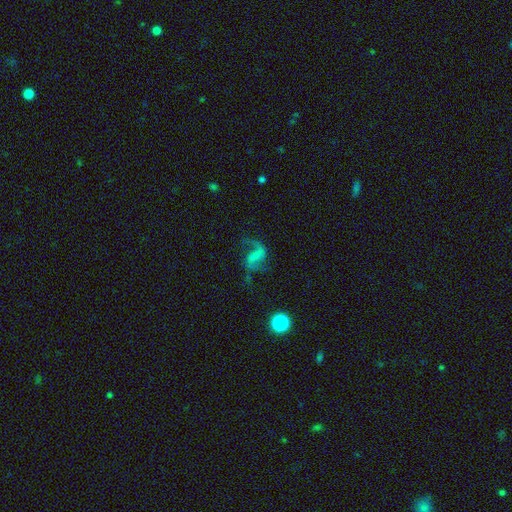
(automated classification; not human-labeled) This appears to be a featured or disk galaxy (75%) with a weak bar (44%), 2 (86%) loose (68%) spiral arms (93%) and no central bulge (52%). Merging: none (58%).